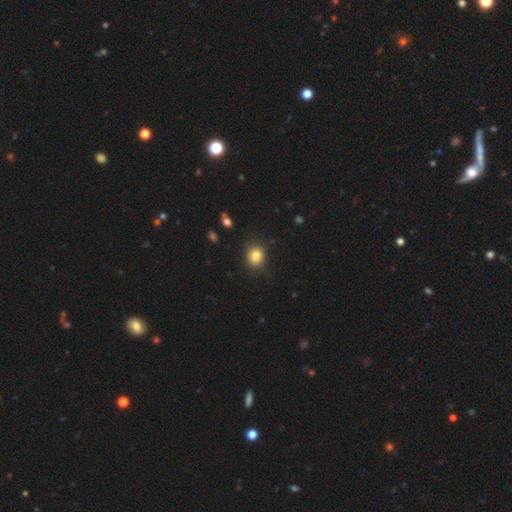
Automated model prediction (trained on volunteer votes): This is clearly a smooth galaxy (83%). How rounded: likely round (74%). Merging: clearly none (83%).